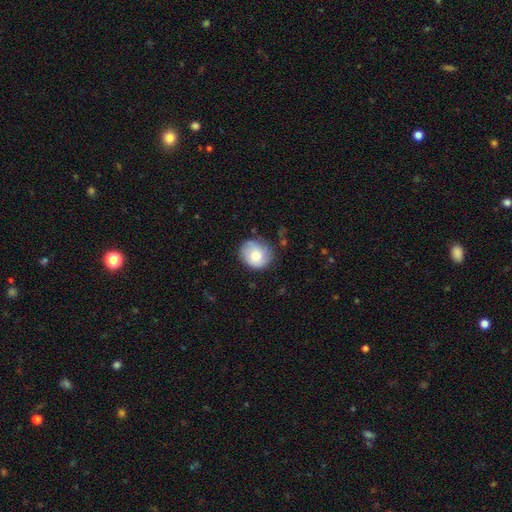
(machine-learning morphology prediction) This appears to be a smooth galaxy with no disk features (77%) that is round (77%). Merging: none (73%).